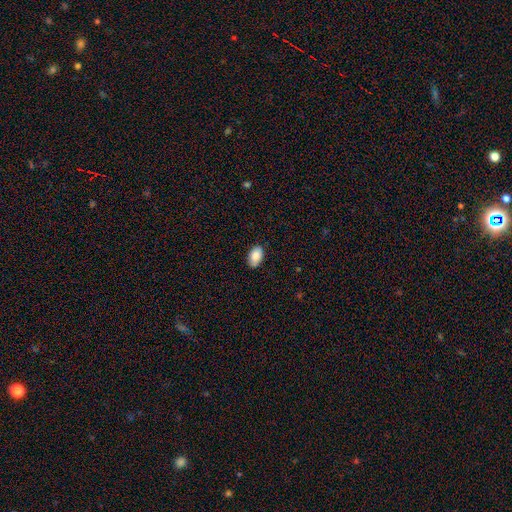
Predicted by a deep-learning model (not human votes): Q: Smooth or featured?
A: smooth (87%); runner-up: star or artifact (7%)
Q: How rounded?
A: in between (92%); runner-up: round (6%)
Q: Merging?
A: none (84%); runner-up: minor disturbance (12%)